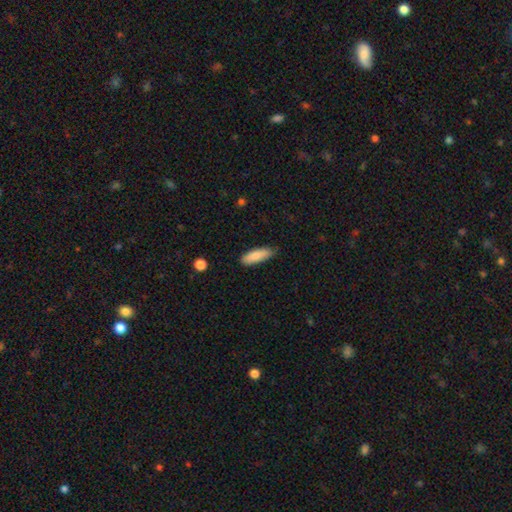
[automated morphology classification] A smooth galaxy with no disk features (86%) that is in between round and cigar-shaped (54%). Merging: none (82%).